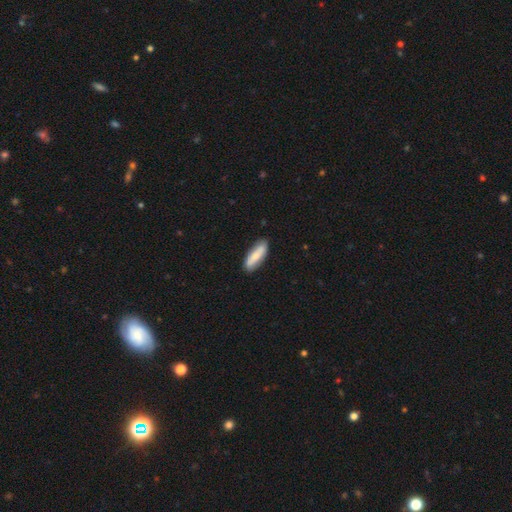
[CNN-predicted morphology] Smooth or featured? Predicted: smooth (p=0.71). How rounded? Predicted: in between (p=0.54). Merging? Predicted: none (p=0.85).